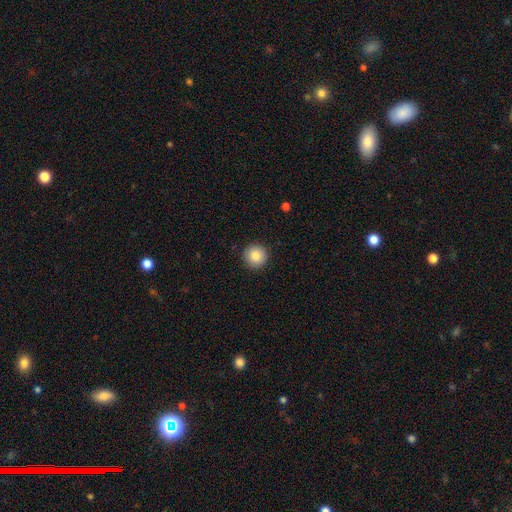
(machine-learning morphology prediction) This is clearly a smooth galaxy (86%). How rounded: clearly round (95%). Merging: clearly none (91%).